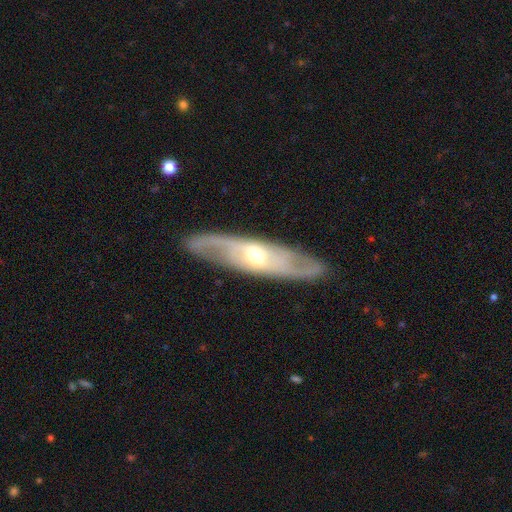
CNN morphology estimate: The model was most divided on "bar": no: 45%, weak: 40%, strong: 15%. More confident: merging — none (85%); spiral arms — yes (82%); smooth or featured — featured or disk (76%); edge-on disk — no (69%); bulge size — moderate (63%).